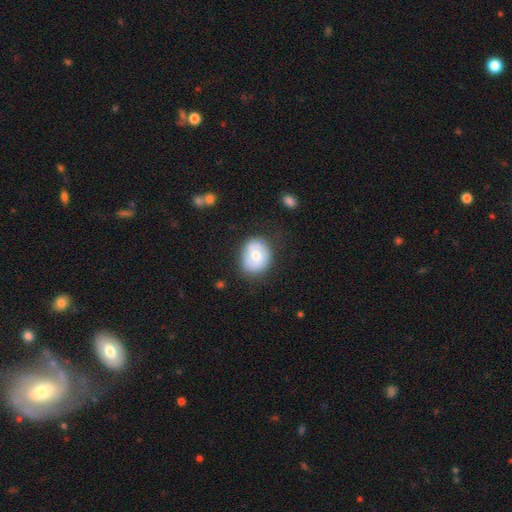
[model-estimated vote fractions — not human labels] Smooth or featured: smooth — 61% (featured or disk — 33%)
How rounded: round — 62% (in between — 37%)
Merging: none — 75% (minor disturbance — 18%)